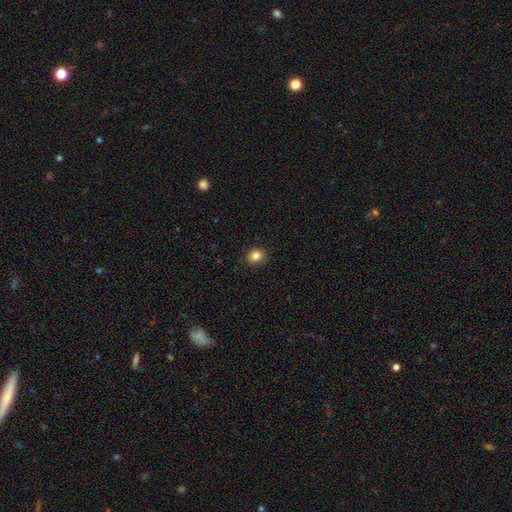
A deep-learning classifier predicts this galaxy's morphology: Smooth or featured? Predicted: smooth (p=0.83). How rounded? Predicted: round (p=0.67). Merging? Predicted: none (p=0.88).